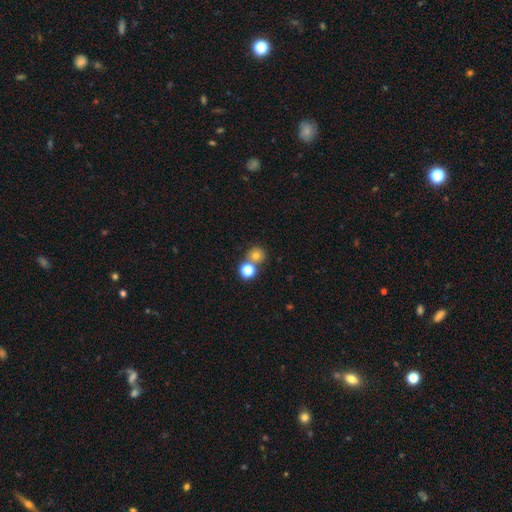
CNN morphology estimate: This appears to be a smooth galaxy with no disk features (73%) that is round (88%). Merging: none (61%).